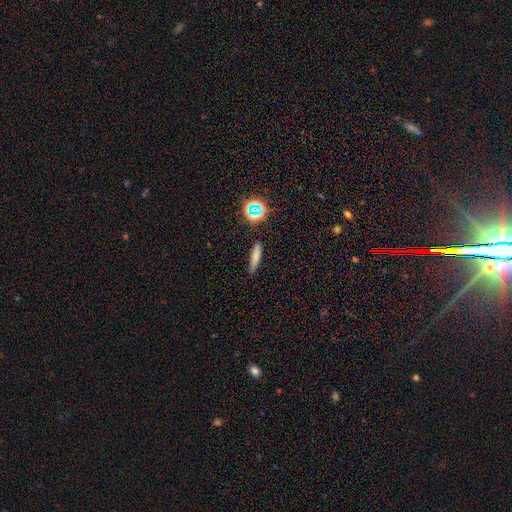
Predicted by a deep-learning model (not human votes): Overall: smooth (71%). How rounded: cigar-shaped (84%). Merging: none (83%).